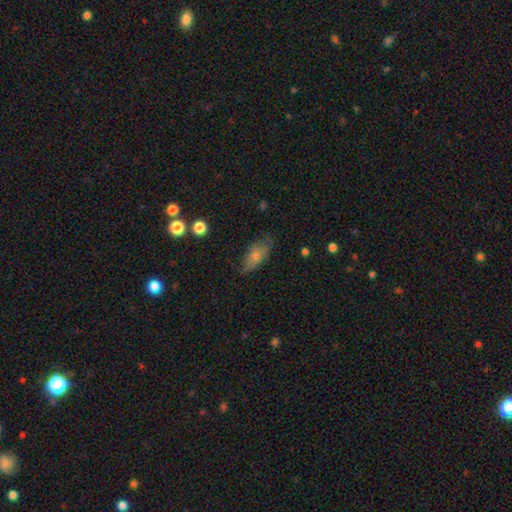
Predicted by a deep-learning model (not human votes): Smooth or featured?
  - smooth: 72% *
  - featured or disk: 20%
  - star or artifact: 8%
How rounded?
  - in between: 86% *
  - cigar-shaped: 10%
  - round: 4%
Merging?
  - none: 63% *
  - minor disturbance: 27%
  - major disturbance: 8%
  - merger: 2%